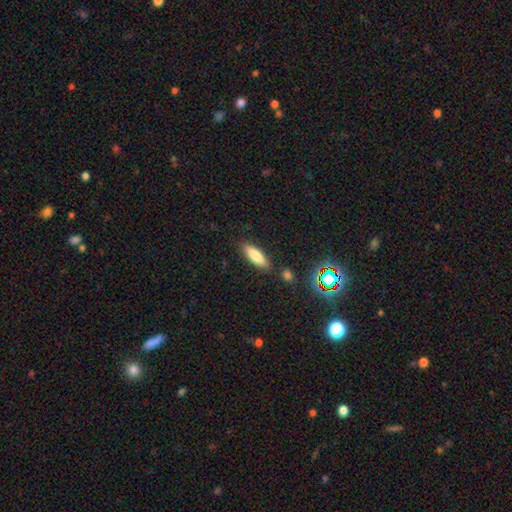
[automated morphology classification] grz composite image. It shows a smooth galaxy with no disk features (81%) that is cigar-shaped (51%). Merging: none (84%).